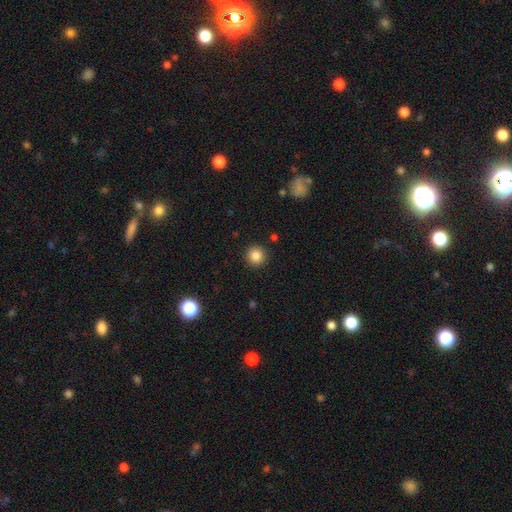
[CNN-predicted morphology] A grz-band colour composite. It shows a smooth galaxy with no disk features (85%) that is round (94%). Merging: none (92%).